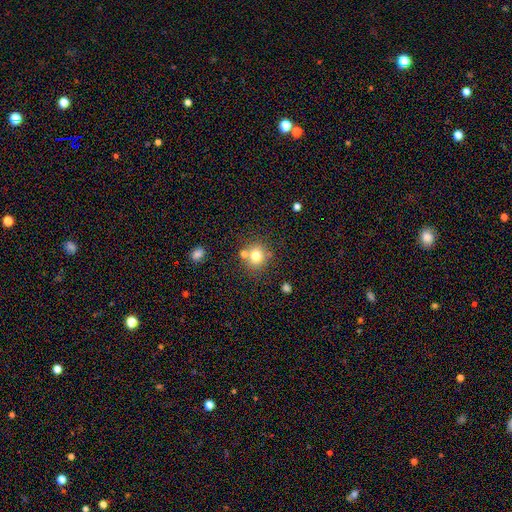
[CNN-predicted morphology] type=smooth (76%); roundness=round (85%); merging=none (69%).